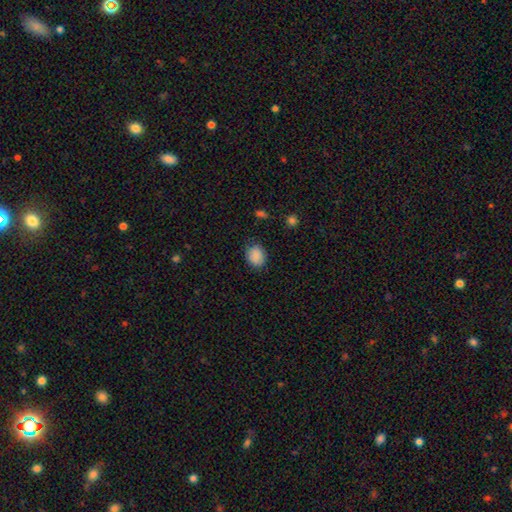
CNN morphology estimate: This appears to be a smooth galaxy with no disk features (87%) that is round (55%). Merging: none (80%).